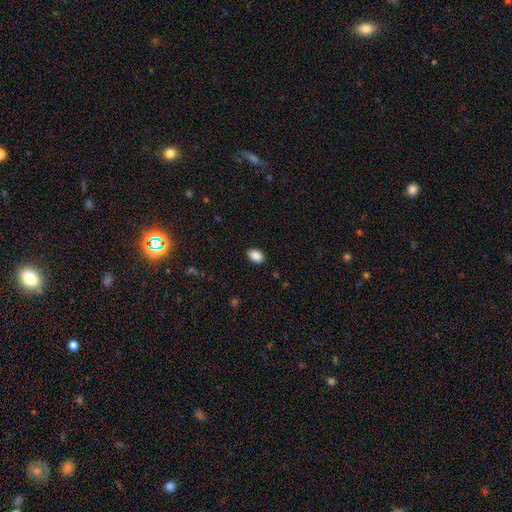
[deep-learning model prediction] Q: Smooth or featured?
A: smooth (89%); runner-up: star or artifact (8%)
Q: How rounded?
A: in between (81%); runner-up: round (18%)
Q: Merging?
A: none (88%); runner-up: minor disturbance (9%)